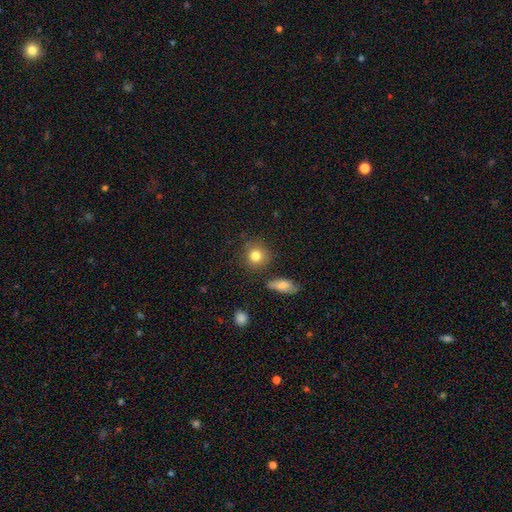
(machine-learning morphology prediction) The model was most divided on "merging": none: 81%, minor disturbance: 12%, merger: 4%, major disturbance: 3%. More confident: how rounded — round (85%); smooth or featured — smooth (83%).